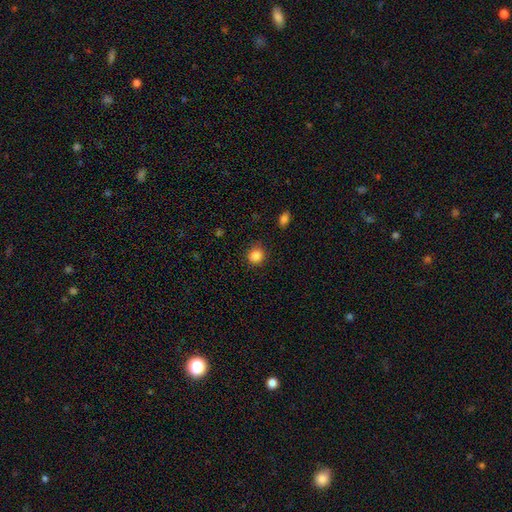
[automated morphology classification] A smooth galaxy with no disk features (87%) that is round (89%).

Vote fractions:
- Smooth or featured? smooth: 87% / star or artifact: 10% / featured or disk: 3%
- How rounded? round: 89% / in between: 10% / cigar-shaped: 1%
- Merging? none: 87% / minor disturbance: 9% / major disturbance: 3% / merger: 1%